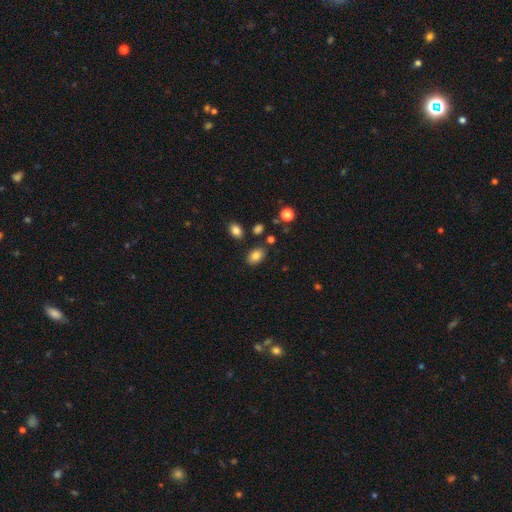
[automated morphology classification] smooth 82%, star or artifact 10%, featured or disk 8%. Down the decision tree: how rounded — in between (81%); merging — none (82%).